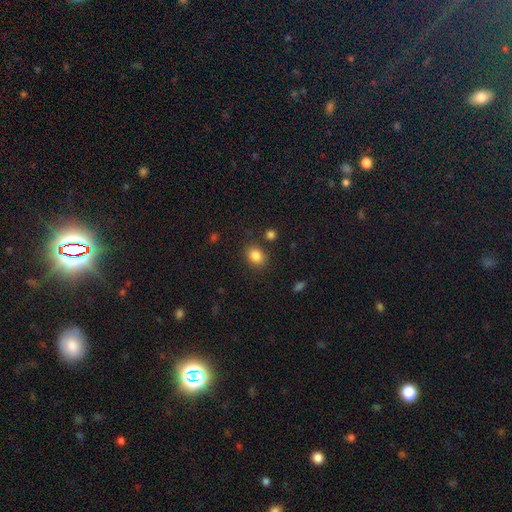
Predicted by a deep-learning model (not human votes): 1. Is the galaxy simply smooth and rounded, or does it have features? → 85% smooth, 10% star or artifact, 5% featured or disk.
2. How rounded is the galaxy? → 56% in between, 43% round, 1% cigar-shaped.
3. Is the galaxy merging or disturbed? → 81% none, 11% minor disturbance, 5% merger, 4% major disturbance.